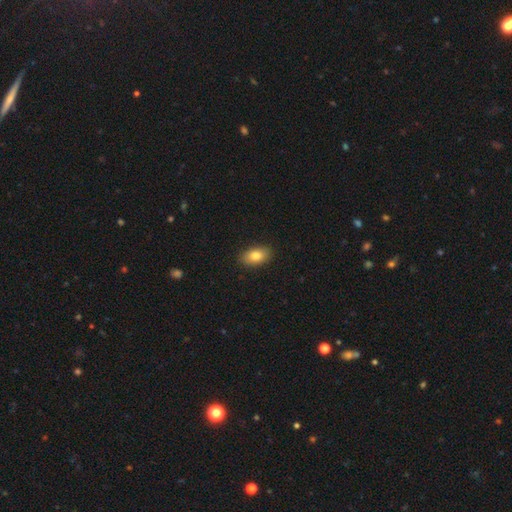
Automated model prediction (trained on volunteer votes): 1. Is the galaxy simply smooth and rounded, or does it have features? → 83% smooth, 10% featured or disk, 8% star or artifact.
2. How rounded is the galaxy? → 90% in between, 7% round, 2% cigar-shaped.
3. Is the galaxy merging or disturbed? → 89% none, 8% minor disturbance, 2% major disturbance, 1% merger.